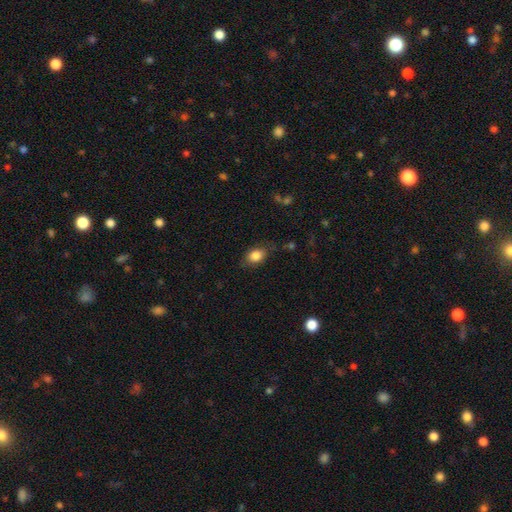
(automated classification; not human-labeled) Q: Smooth or featured?
A: smooth (84%); runner-up: star or artifact (8%)
Q: How rounded?
A: in between (69%); runner-up: round (29%)
Q: Merging?
A: none (73%); runner-up: minor disturbance (20%)